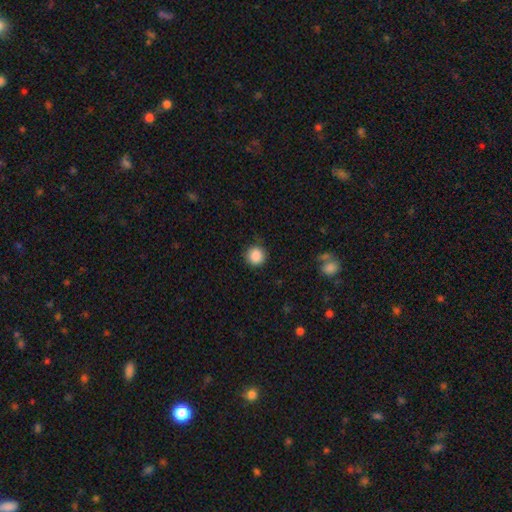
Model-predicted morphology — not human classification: Smooth or featured?
  - smooth: 88% *
  - star or artifact: 9%
  - featured or disk: 3%
How rounded?
  - round: 92% *
  - in between: 7%
  - cigar-shaped: 1%
Merging?
  - none: 85% *
  - minor disturbance: 11%
  - major disturbance: 3%
  - merger: 1%